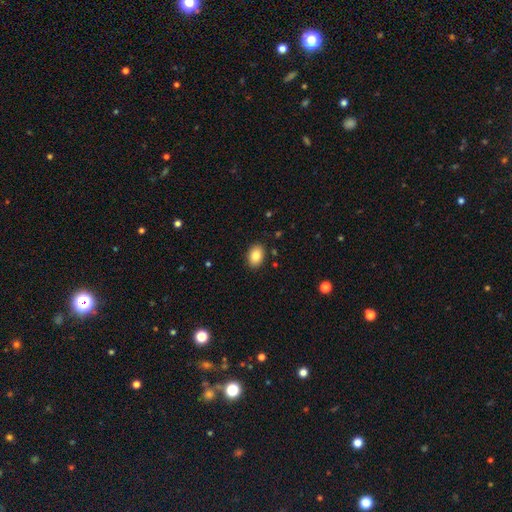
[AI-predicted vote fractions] The model was most divided on "how rounded": in between: 82%, round: 17%, cigar-shaped: 1%. More confident: merging — none (89%); smooth or featured — smooth (85%).